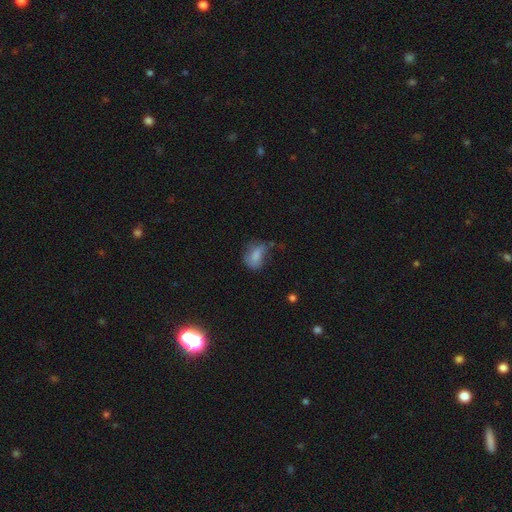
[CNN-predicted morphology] type=smooth (69%); roundness=in between (79%); merging=none (33%).